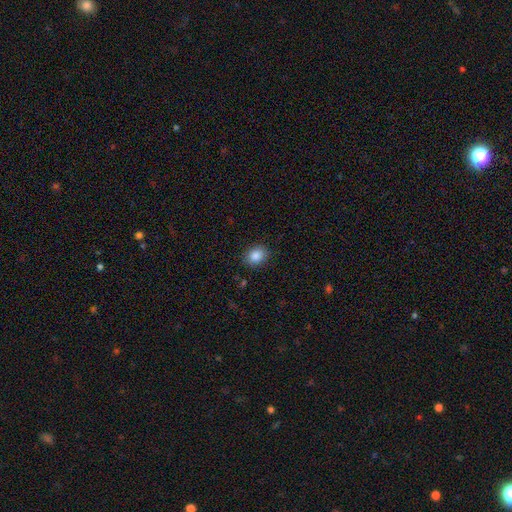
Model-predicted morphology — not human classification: Smooth or featured? smooth (86%)
How rounded? in between (52%)
Merging? none (87%)